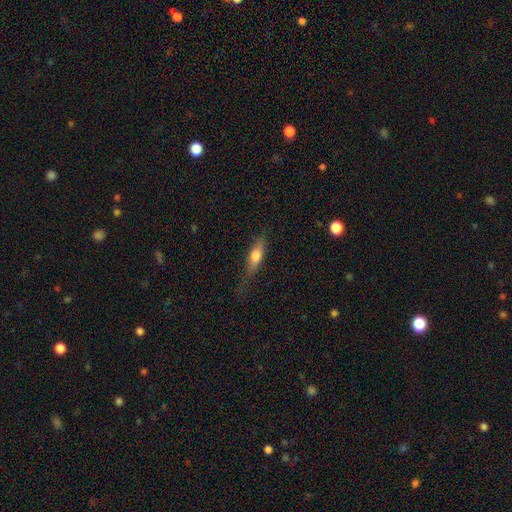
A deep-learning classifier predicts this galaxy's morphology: Overall: smooth (65%; featured or disk 28%). How rounded: in between (52%; cigar-shaped 44%). Merging: none (62%; minor disturbance 26%).